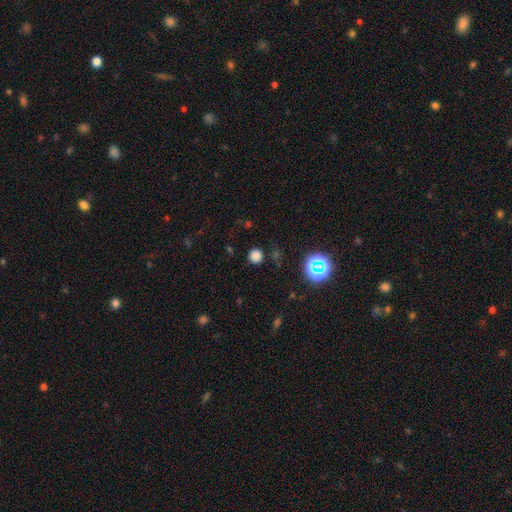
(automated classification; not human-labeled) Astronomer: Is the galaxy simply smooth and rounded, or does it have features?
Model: smooth — 77%.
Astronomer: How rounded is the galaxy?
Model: round — 94%.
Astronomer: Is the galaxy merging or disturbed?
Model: none — 88%.